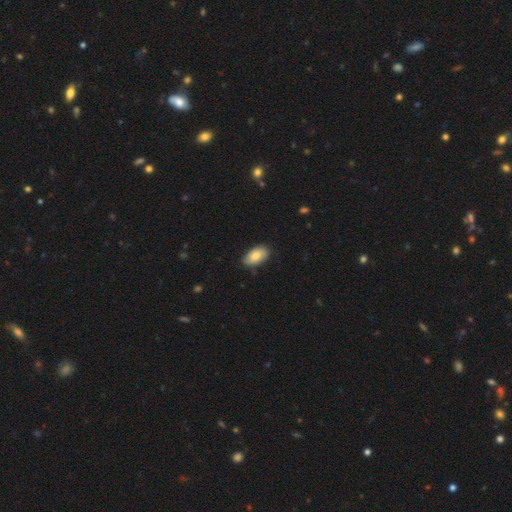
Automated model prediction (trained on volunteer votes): This is clearly a smooth galaxy (81%). How rounded: clearly in between (94%). Merging: likely none (80%).